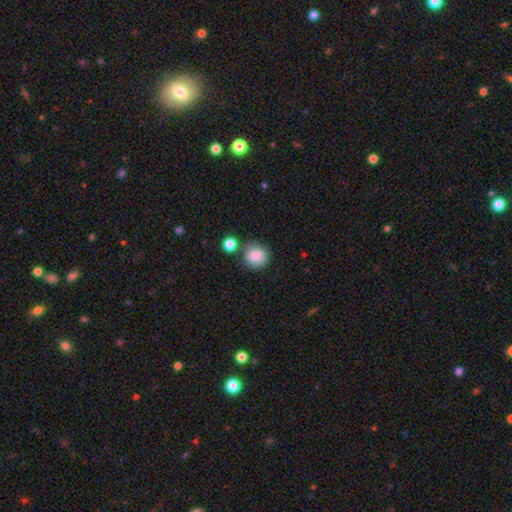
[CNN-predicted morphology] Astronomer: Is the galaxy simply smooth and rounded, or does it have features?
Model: smooth — 84%.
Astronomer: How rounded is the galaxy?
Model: round — 89%.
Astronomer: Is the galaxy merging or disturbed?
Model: none — 71%.